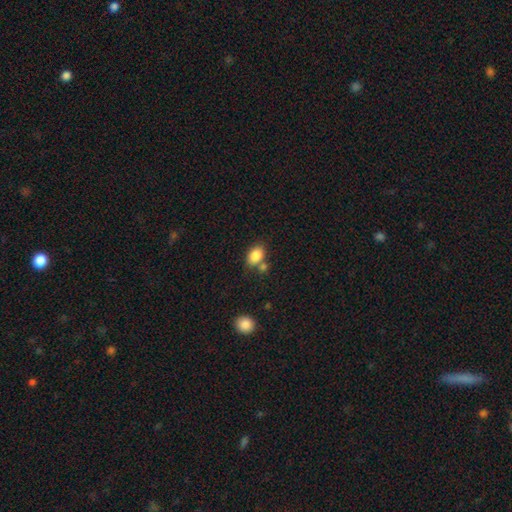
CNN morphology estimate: This is clearly a smooth galaxy (85%). How rounded: clearly in between (81%). Merging: possibly none (59%).